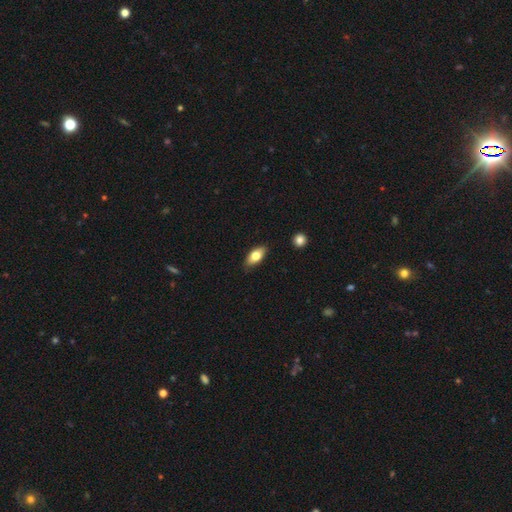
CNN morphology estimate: Smooth or featured: smooth — 74% (featured or disk — 19%)
How rounded: in between — 87% (cigar-shaped — 9%)
Merging: none — 84% (minor disturbance — 12%)